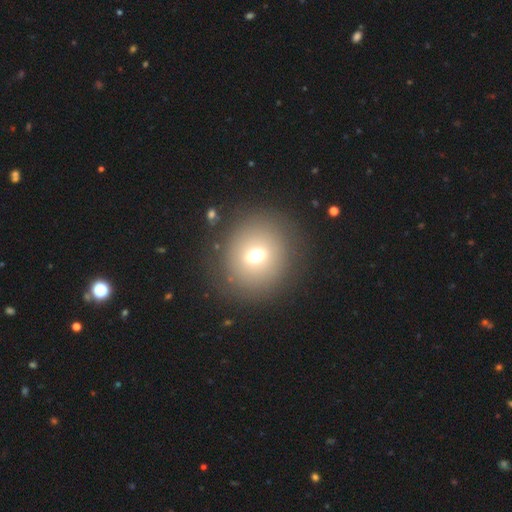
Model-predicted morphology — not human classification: Smooth or featured? smooth (62%)
How rounded? round (77%)
Merging? none (82%)